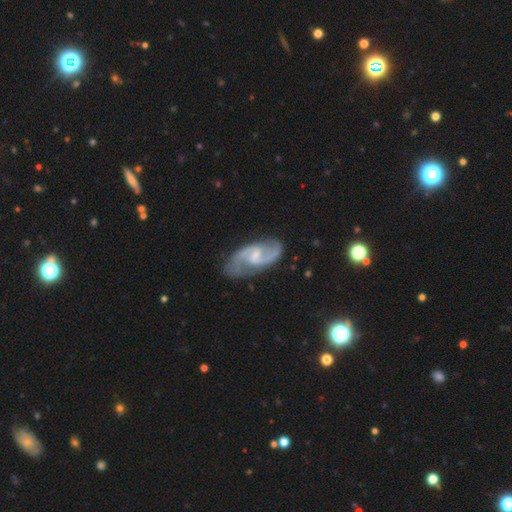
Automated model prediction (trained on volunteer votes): A featured or disk galaxy (89%) with a weak bar (59%), 2 (92%) medium (56%) spiral arms (97%) and a small central bulge (55%).

Vote fractions:
- Smooth or featured? featured or disk: 89% / smooth: 7% / star or artifact: 5%
- Edge-on disk? no: 97% / yes: 3%
- Bar? weak: 59% / no: 24% / strong: 17%
- Spiral arms? yes: 97% / no: 3%
- Spiral winding? medium: 56% / loose: 29% / tight: 15%
- Spiral arm count? 2: 92% / can't tell: 3% / 3: 2% / 1: 1% / 4: 1% / more than 4: 1%
- Bulge size? small: 55% / moderate: 26% / none: 16% / large: 2% / dominant: 1%
- Merging? none: 78% / minor disturbance: 15% / major disturbance: 5% / merger: 2%